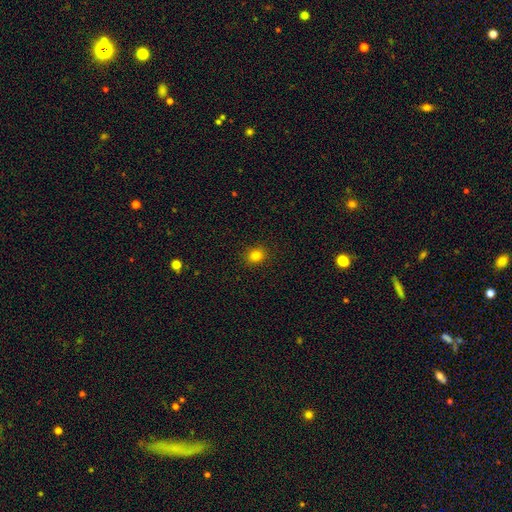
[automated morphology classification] Smooth or featured: smooth — 82% (star or artifact — 13%)
How rounded: round — 75% (in between — 24%)
Merging: none — 91% (minor disturbance — 6%)